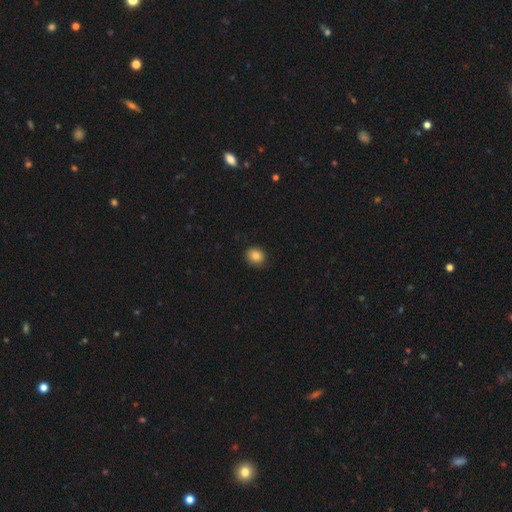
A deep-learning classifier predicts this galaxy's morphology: The model was most divided on "how rounded": round: 78%, in between: 21%, cigar-shaped: 1%. More confident: merging — none (86%); smooth or featured — smooth (83%).